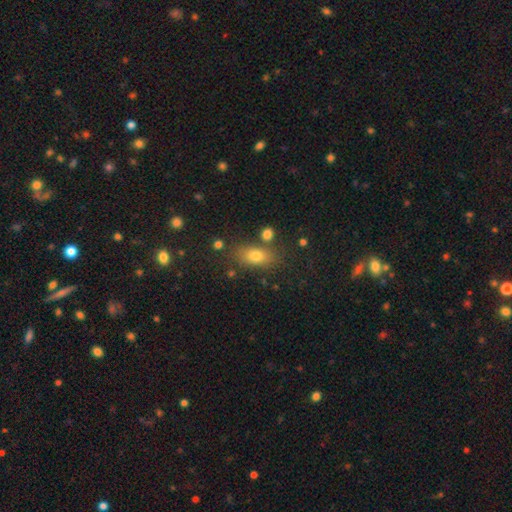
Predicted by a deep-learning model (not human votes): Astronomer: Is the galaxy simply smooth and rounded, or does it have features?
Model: smooth — 76%.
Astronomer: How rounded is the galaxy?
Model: in between — 81%.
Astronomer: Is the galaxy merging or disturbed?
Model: none — 74%.